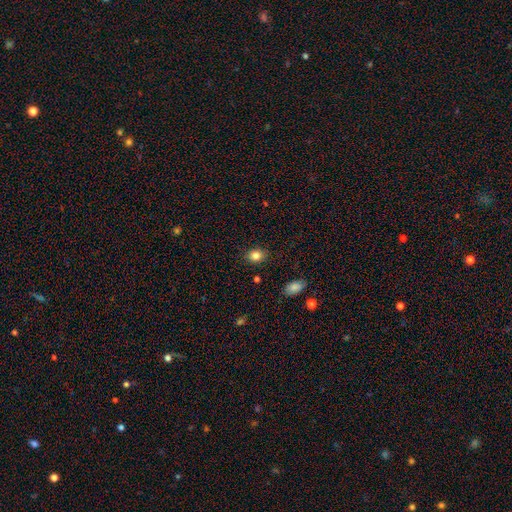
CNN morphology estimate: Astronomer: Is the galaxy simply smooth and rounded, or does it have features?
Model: smooth — 84%.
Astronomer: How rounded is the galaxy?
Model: in between — 51% (runner-up: round, 48%).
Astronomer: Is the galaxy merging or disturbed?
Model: none — 87%.